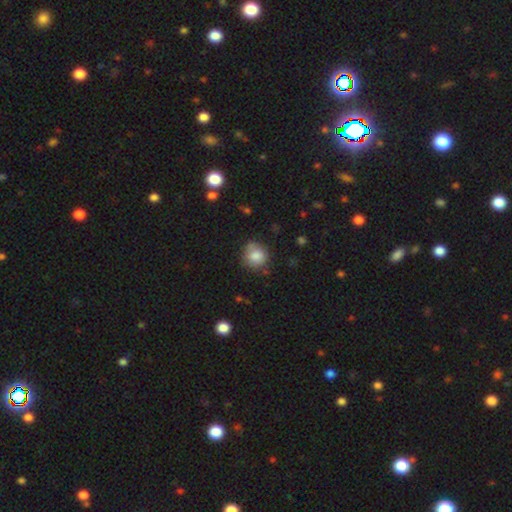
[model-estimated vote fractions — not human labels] Overall: smooth (82%). How rounded: round (83%). Merging: none (67%).